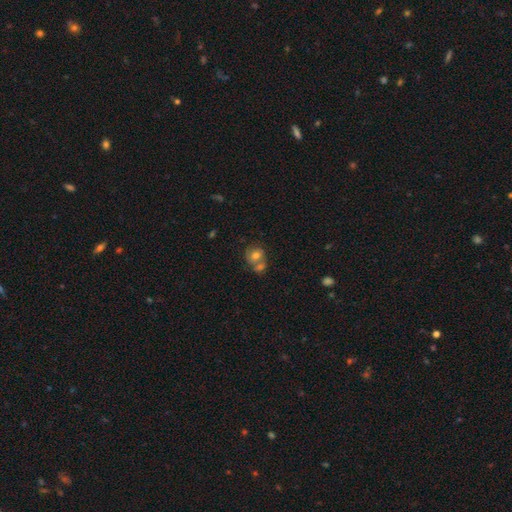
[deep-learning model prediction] Overall: smooth (66%). How rounded: round (70%). Merging: merger (52%; none 34%).